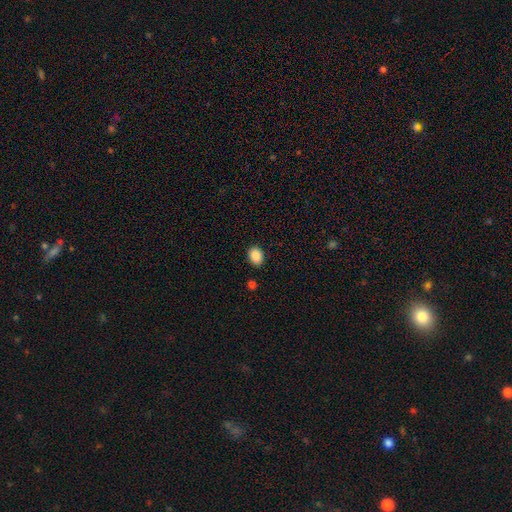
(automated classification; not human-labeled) Smooth or featured?
  - smooth: 88% *
  - star or artifact: 8%
  - featured or disk: 4%
How rounded?
  - in between: 65% *
  - round: 34%
  - cigar-shaped: 1%
Merging?
  - none: 87% *
  - minor disturbance: 8%
  - major disturbance: 2%
  - merger: 2%